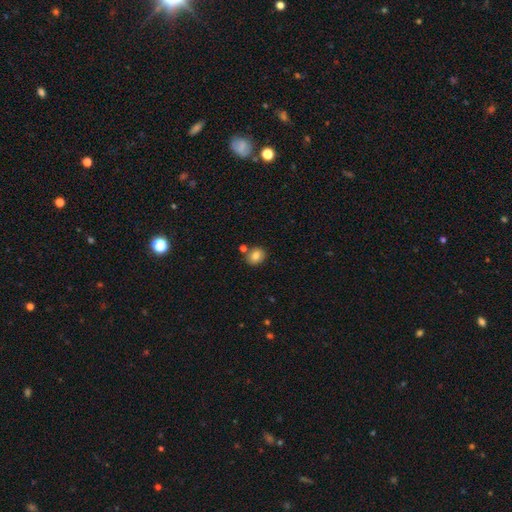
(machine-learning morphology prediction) smooth_or_featured: smooth (p=0.82) [alt: star or artifact p=0.10]
how_rounded: round (p=0.64) [alt: in between p=0.35]
merging: none (p=0.77) [alt: merger p=0.11]